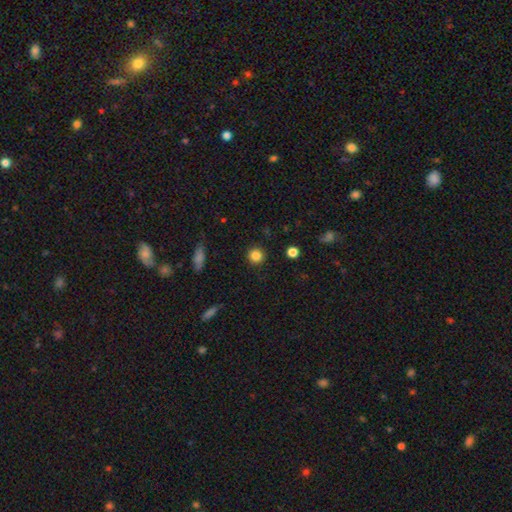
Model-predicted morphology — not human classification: Smooth or featured? Predicted: smooth (p=0.85). How rounded? Predicted: round (p=0.93). Merging? Predicted: none (p=0.91).